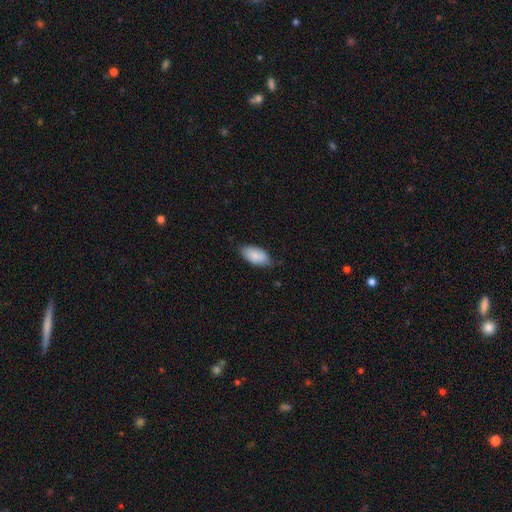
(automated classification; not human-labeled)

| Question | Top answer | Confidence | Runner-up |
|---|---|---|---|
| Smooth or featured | smooth | 84% | featured or disk (10%) |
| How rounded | in between | 93% | cigar-shaped (4%) |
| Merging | none | 70% | minor disturbance (25%) |